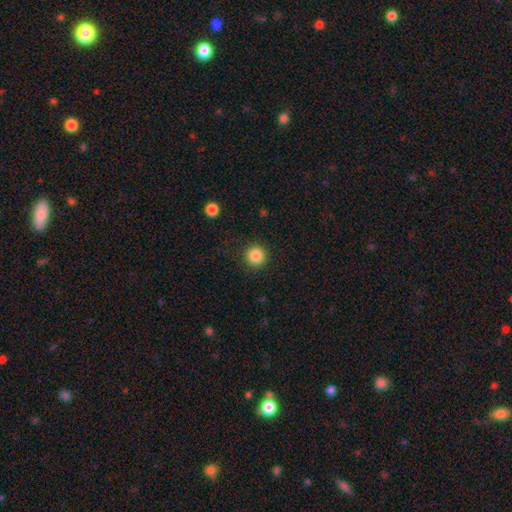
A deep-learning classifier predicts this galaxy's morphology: smooth_or_featured: smooth (p=0.86) [alt: star or artifact p=0.11]
how_rounded: round (p=0.95) [alt: in between p=0.04]
merging: none (p=0.91) [alt: minor disturbance p=0.06]